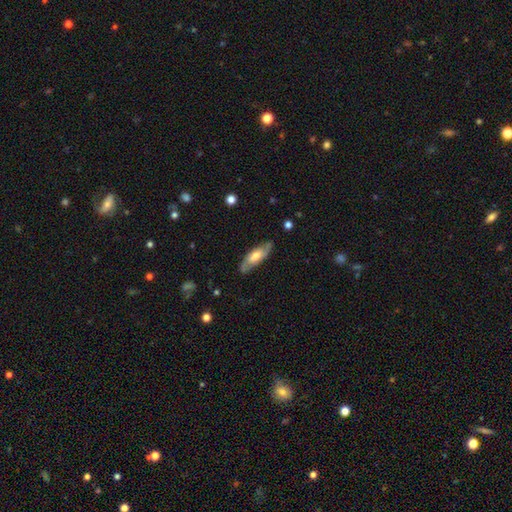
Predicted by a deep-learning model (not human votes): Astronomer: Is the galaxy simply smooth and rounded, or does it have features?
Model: featured or disk — 55% (runner-up: smooth, 39%).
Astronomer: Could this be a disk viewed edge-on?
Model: no — 68%.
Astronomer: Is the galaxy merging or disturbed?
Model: none — 79%.